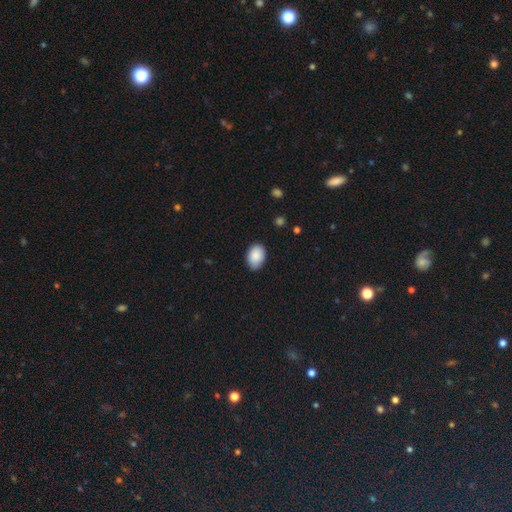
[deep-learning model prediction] Morphology: type=smooth (88%); roundness=in between (81%); merging=none (80%).